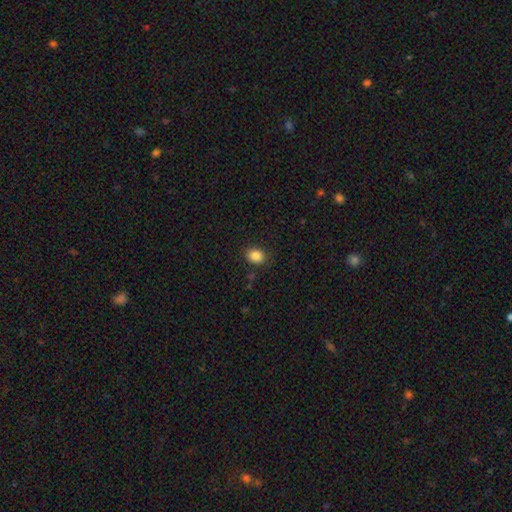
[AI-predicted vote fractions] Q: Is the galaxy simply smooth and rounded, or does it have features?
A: smooth — 86%.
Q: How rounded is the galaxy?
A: in between — 50%.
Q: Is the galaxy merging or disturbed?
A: none — 87%.